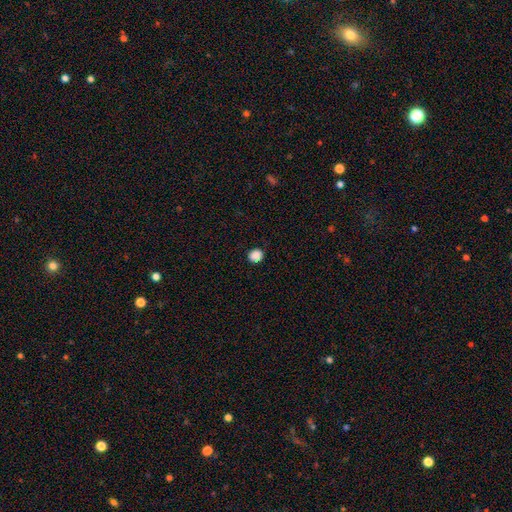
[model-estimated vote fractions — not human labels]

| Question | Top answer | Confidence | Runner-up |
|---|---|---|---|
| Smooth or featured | smooth | 88% | star or artifact (10%) |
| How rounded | round | 87% | in between (12%) |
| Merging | none | 91% | minor disturbance (6%) |